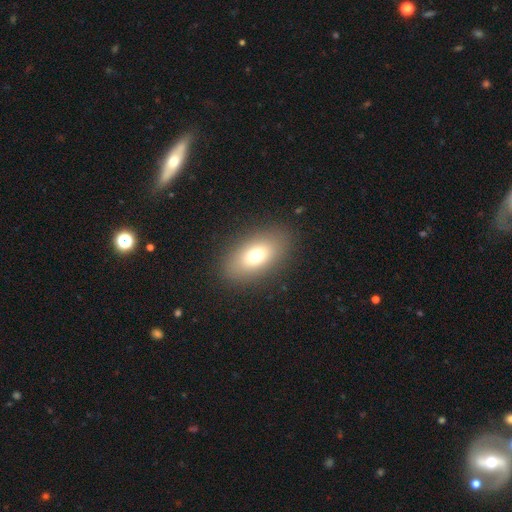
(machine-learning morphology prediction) Q: Smooth or featured?
A: smooth (72%); runner-up: featured or disk (17%)
Q: How rounded?
A: in between (88%); runner-up: round (9%)
Q: Merging?
A: none (87%); runner-up: minor disturbance (8%)